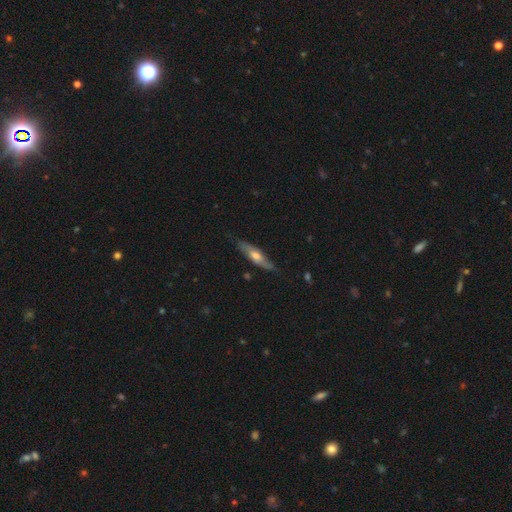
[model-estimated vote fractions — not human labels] smooth_or_featured: featured or disk (p=0.54) [alt: smooth p=0.40]
disk_edge_on: yes (p=0.67) [alt: no p=0.33]
merging: none (p=0.77) [alt: minor disturbance p=0.18]